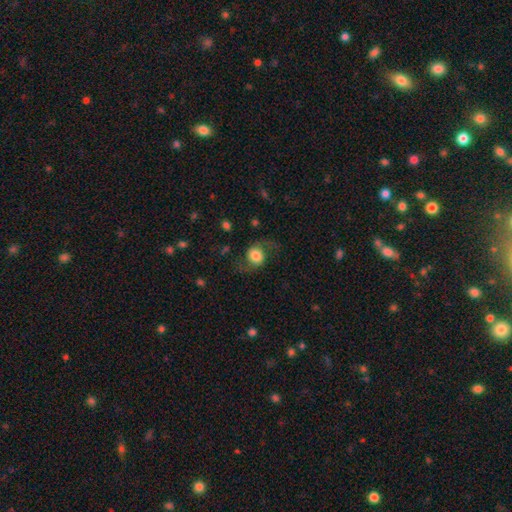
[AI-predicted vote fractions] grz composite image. It shows a smooth galaxy with no disk features (51%) that is round (72%). Merging: none (67%).